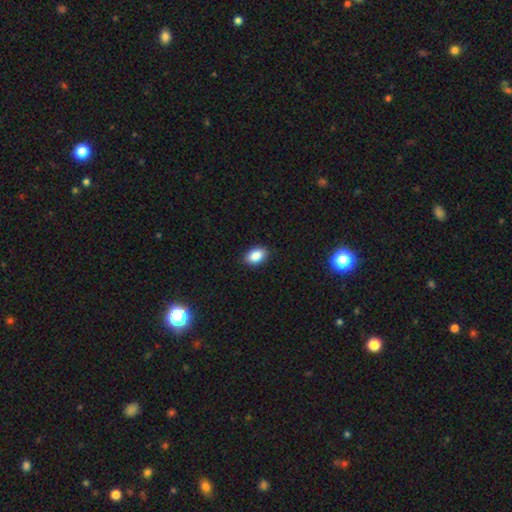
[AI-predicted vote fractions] Smooth or featured?
  - smooth: 87% *
  - star or artifact: 8%
  - featured or disk: 4%
How rounded?
  - in between: 87% *
  - round: 12%
  - cigar-shaped: 1%
Merging?
  - none: 90% *
  - minor disturbance: 7%
  - major disturbance: 2%
  - merger: 1%